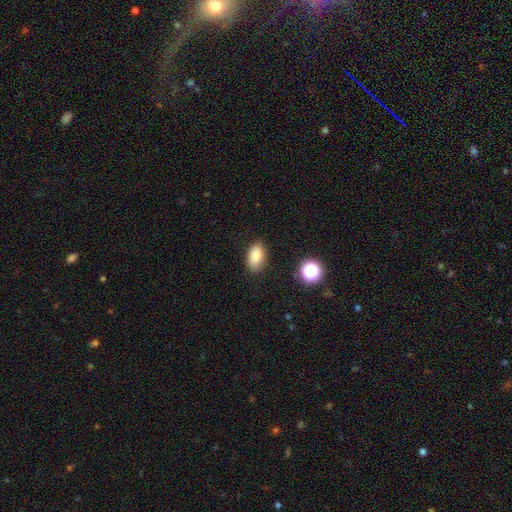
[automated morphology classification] smooth-or-featured: smooth: 85% | star or artifact: 10% | featured or disk: 5%
  how-rounded: in between: 91% | round: 6% | cigar-shaped: 3%
  merging: none: 83% | minor disturbance: 13% | major disturbance: 3% | merger: 2%